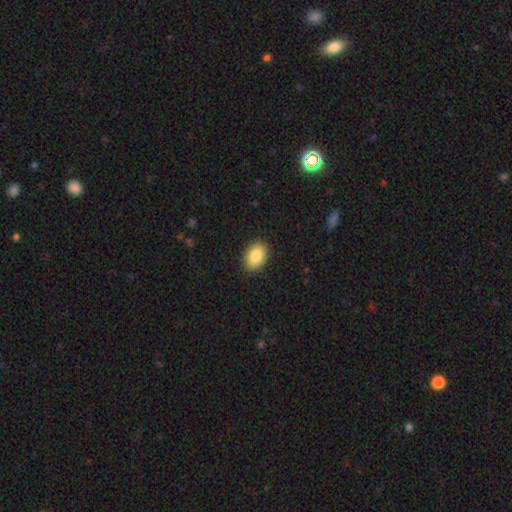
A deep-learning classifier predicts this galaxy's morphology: This appears to be a smooth galaxy with no disk features (87%) that is in between round and cigar-shaped (82%). Merging: none (89%).